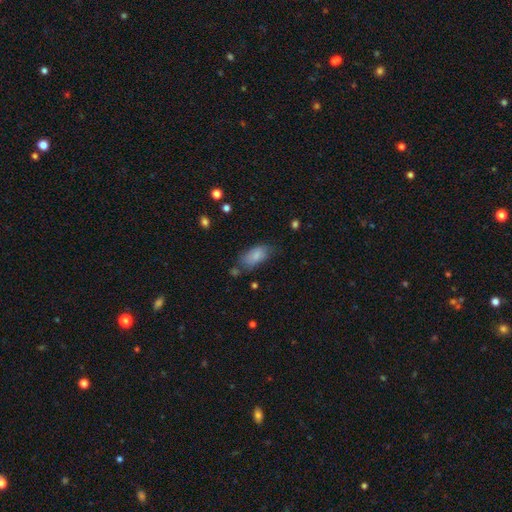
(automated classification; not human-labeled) Smooth or featured: smooth — 81% (featured or disk — 12%)
How rounded: in between — 89% (cigar-shaped — 8%)
Merging: none — 59% (minor disturbance — 28%)